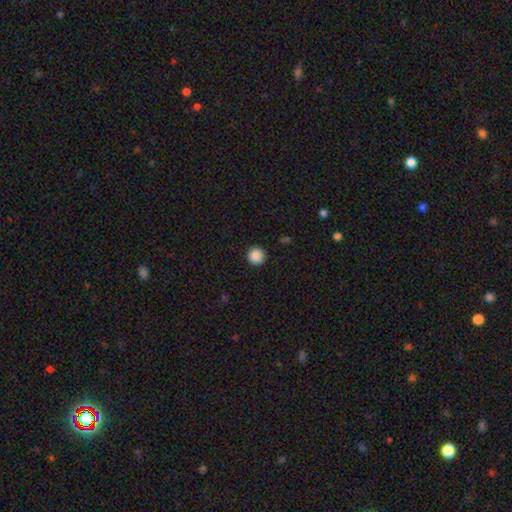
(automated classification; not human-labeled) Q: Smooth or featured?
A: smooth (88%); runner-up: star or artifact (9%)
Q: How rounded?
A: round (96%); runner-up: in between (3%)
Q: Merging?
A: none (92%); runner-up: minor disturbance (5%)